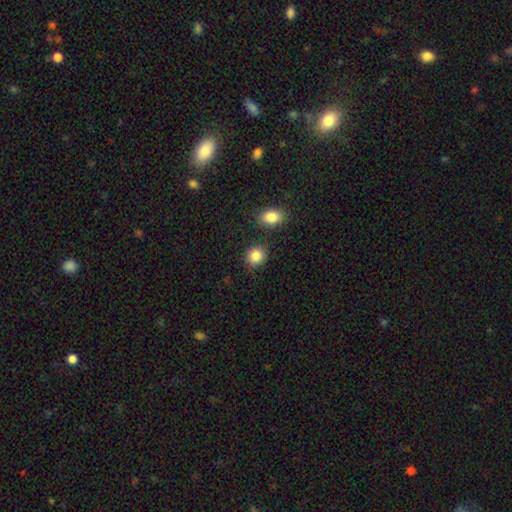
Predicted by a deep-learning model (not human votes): This is clearly a smooth galaxy (87%). How rounded: likely round (67%). Merging: clearly none (83%).